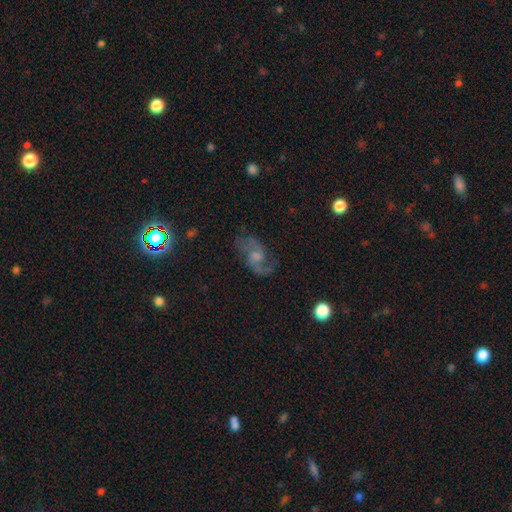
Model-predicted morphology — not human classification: A featured or disk galaxy (76%) with no bar (52%), 2 (87%) loose (49%) spiral arms (93%) and a moderate central bulge (35%).

Vote fractions:
- Smooth or featured? featured or disk: 76% / smooth: 13% / star or artifact: 11%
- Edge-on disk? no: 97% / yes: 3%
- Bar? no: 52% / weak: 41% / strong: 7%
- Spiral arms? yes: 93% / no: 7%
- Spiral winding? loose: 49% / medium: 41% / tight: 9%
- Spiral arm count? 2: 87% / can't tell: 5% / 1: 4% / 3: 2% / 4: 1% / more than 4: 1%
- Bulge size? moderate: 35% / small: 32% / none: 24% / large: 8% / dominant: 2%
- Merging? none: 66% / minor disturbance: 17% / major disturbance: 14% / merger: 2%